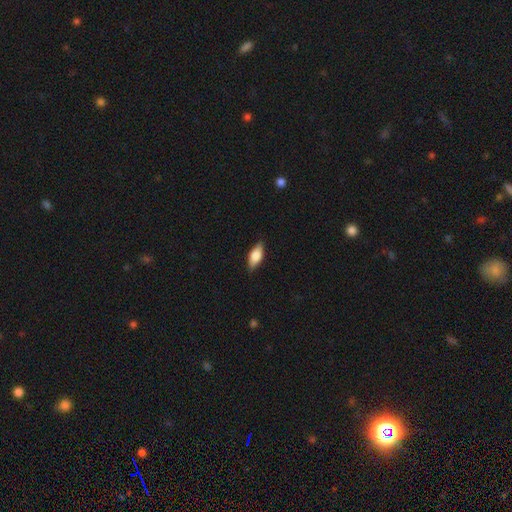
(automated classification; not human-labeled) This is likely a smooth galaxy (72%). How rounded: clearly in between (80%). Merging: clearly none (85%).